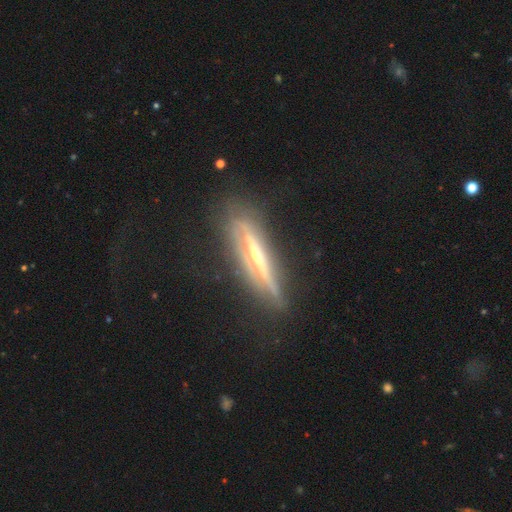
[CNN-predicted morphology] smooth-or-featured: featured or disk: 79% | smooth: 14% | star or artifact: 7%
  disk-edge-on: yes: 92% | no: 8%
    edge-on-bulge: rounded: 61% | none: 30% | boxy: 9%
  merging: none: 76% | minor disturbance: 17% | major disturbance: 5% | merger: 2%